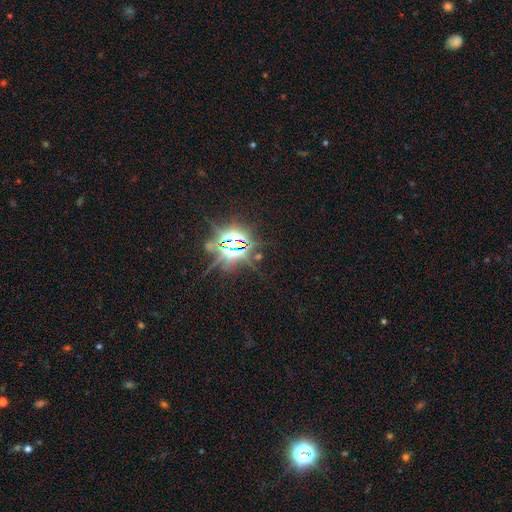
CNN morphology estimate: A star or artifact, not a galaxy (84%).